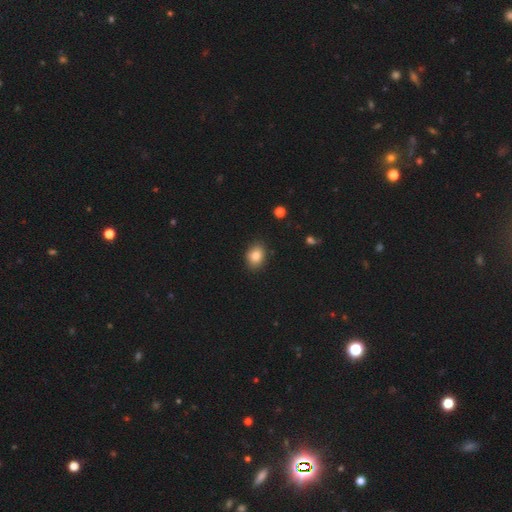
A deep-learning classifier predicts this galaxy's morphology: The model was most divided on "how rounded": in between: 67%, round: 32%, cigar-shaped: 1%. More confident: merging — none (85%); smooth or featured — smooth (84%).